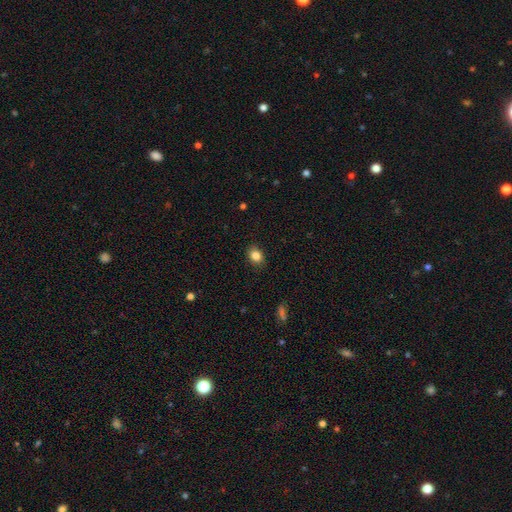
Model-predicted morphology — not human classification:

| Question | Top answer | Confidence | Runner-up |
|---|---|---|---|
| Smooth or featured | smooth | 84% | star or artifact (10%) |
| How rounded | in between | 54% | round (45%) |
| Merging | none | 87% | minor disturbance (10%) |